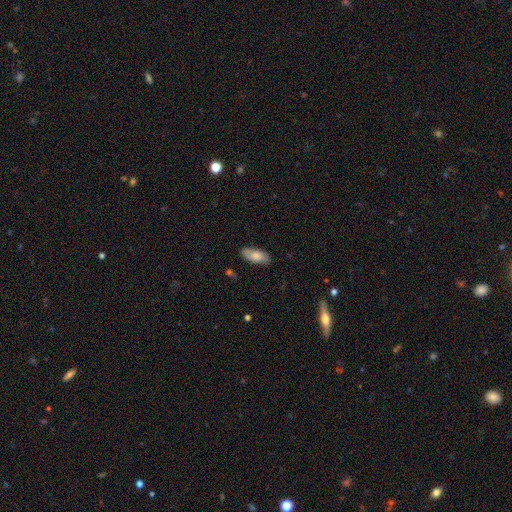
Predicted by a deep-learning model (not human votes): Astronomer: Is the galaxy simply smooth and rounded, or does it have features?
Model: smooth — 77%.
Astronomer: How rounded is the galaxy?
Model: in between — 85%.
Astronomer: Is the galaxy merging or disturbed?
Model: none — 84%.